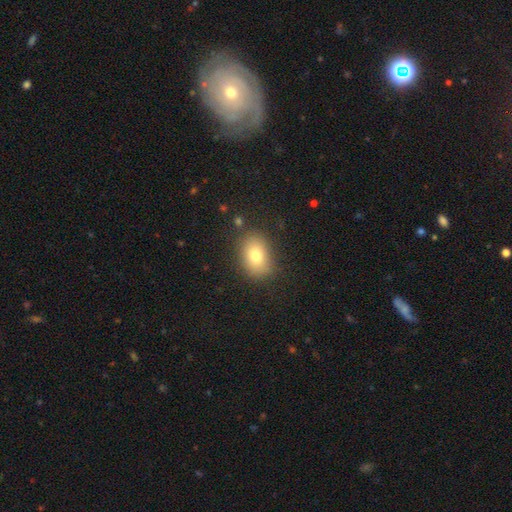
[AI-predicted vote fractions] Morphology: type=smooth (78%); roundness=in between (77%); merging=none (84%).